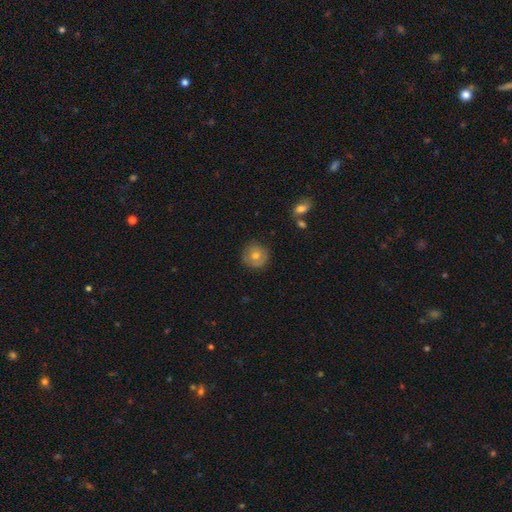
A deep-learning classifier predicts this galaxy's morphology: type=smooth (60%); roundness=round (92%); merging=none (85%).